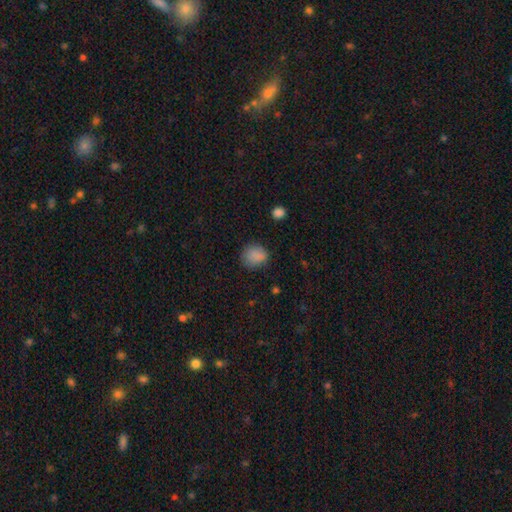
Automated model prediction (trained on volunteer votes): A smooth galaxy with no disk features (86%) that is round (75%).

Vote fractions:
- Smooth or featured? smooth: 86% / star or artifact: 10% / featured or disk: 5%
- How rounded? round: 75% / in between: 24% / cigar-shaped: 1%
- Merging? none: 76% / minor disturbance: 17% / major disturbance: 5% / merger: 1%